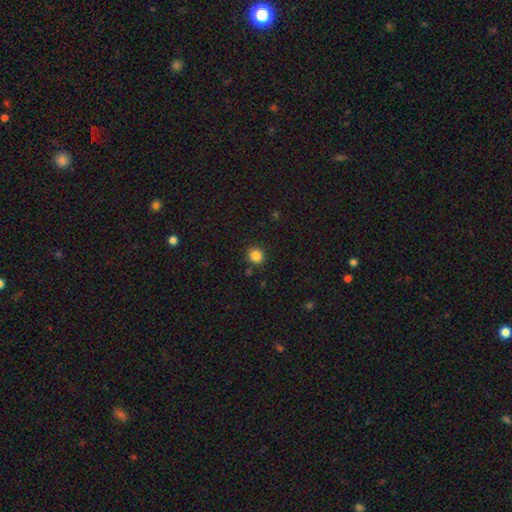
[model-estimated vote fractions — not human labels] Smooth or featured? smooth (85%)
How rounded? round (83%)
Merging? none (87%)